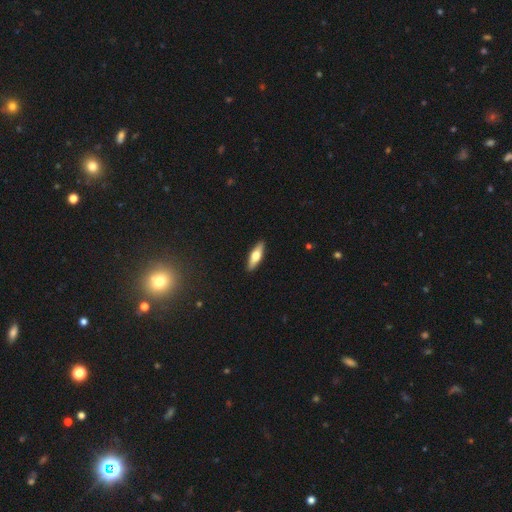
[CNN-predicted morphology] type=smooth (52%); roundness=cigar-shaped (55%); merging=none (91%).